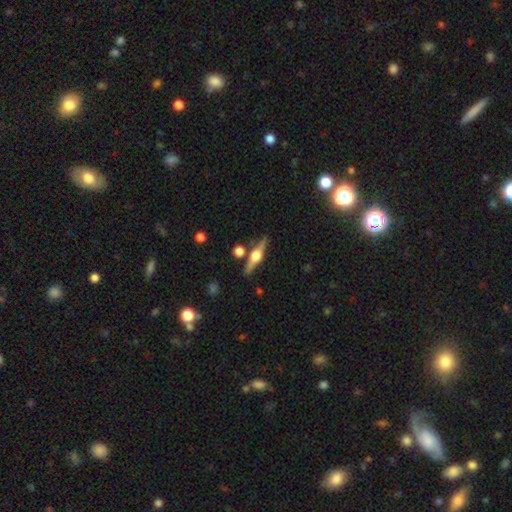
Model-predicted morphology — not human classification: smooth-or-featured: featured or disk: 77% | smooth: 17% | star or artifact: 6%
  disk-edge-on: yes: 97% | no: 3%
    edge-on-bulge: rounded: 94% | boxy: 5% | none: 2%
  merging: none: 84% | minor disturbance: 9% | merger: 6% | major disturbance: 2%